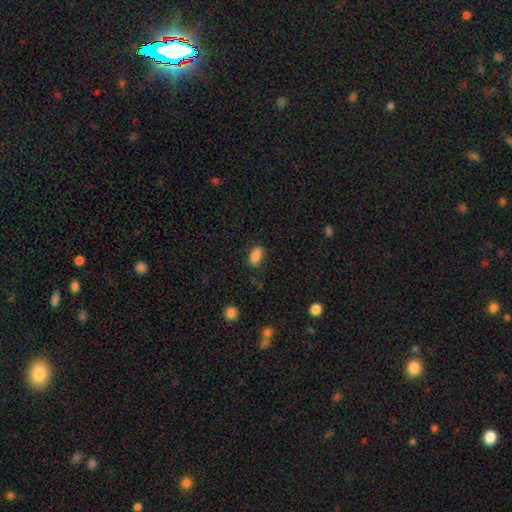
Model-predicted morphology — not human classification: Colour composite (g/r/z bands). It shows a smooth galaxy with no disk features (87%) that is in between round and cigar-shaped (92%). Merging: none (84%).